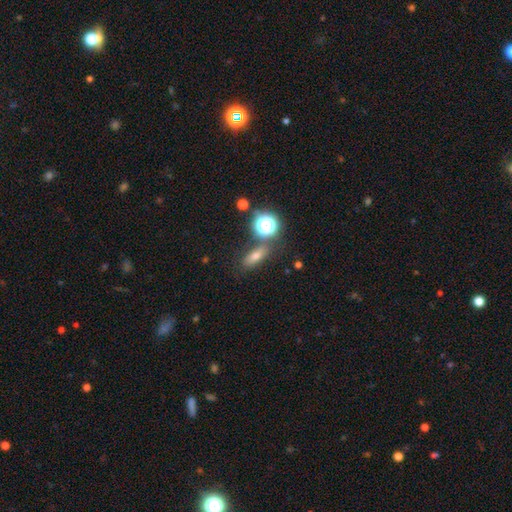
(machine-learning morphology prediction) This is possibly a smooth galaxy (58%). How rounded: possibly in between (53%). Merging: likely none (77%).